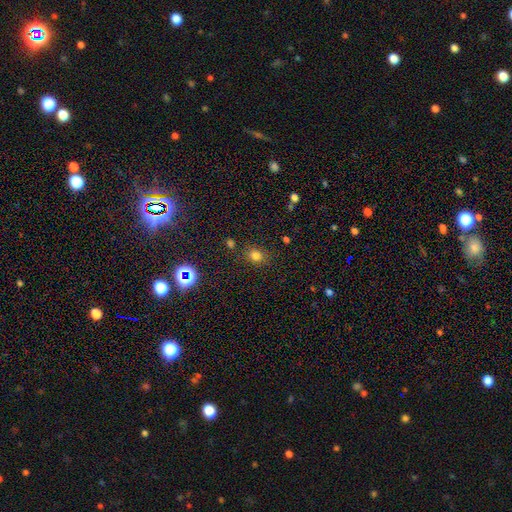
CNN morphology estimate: Smooth or featured?
  - smooth: 76% *
  - star or artifact: 18%
  - featured or disk: 6%
How rounded?
  - round: 57% *
  - in between: 42%
  - cigar-shaped: 1%
Merging?
  - none: 81% *
  - minor disturbance: 12%
  - major disturbance: 4%
  - merger: 3%